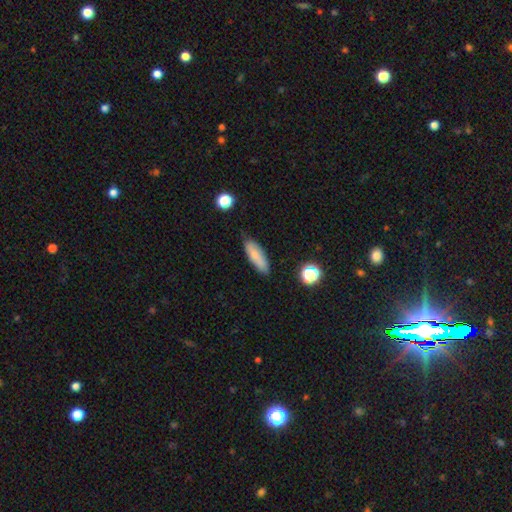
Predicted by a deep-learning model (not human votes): Smooth or featured? smooth (77%)
How rounded? in between (55%)
Merging? none (78%)